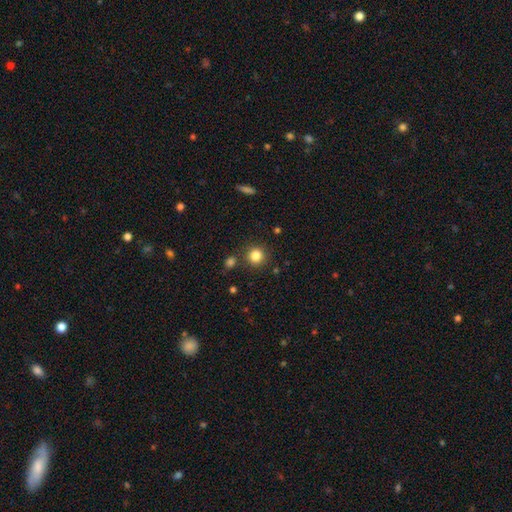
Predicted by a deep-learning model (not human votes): Q: Smooth or featured?
A: smooth (84%); runner-up: star or artifact (12%)
Q: How rounded?
A: round (91%); runner-up: in between (8%)
Q: Merging?
A: none (83%); runner-up: minor disturbance (8%)